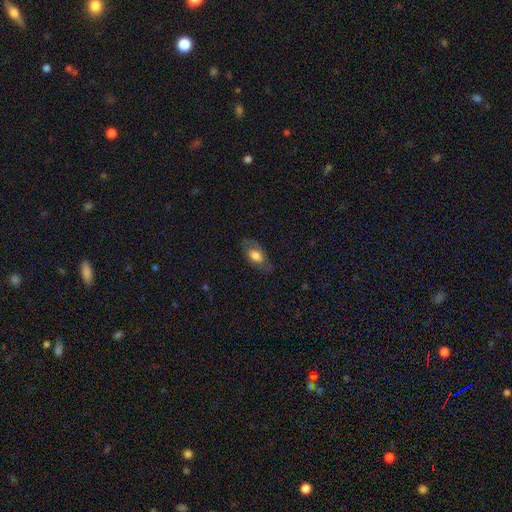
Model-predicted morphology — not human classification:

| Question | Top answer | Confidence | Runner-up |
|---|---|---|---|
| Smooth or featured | smooth | 52% | featured or disk (41%) |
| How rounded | in between | 88% | round (7%) |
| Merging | none | 72% | minor disturbance (19%) |